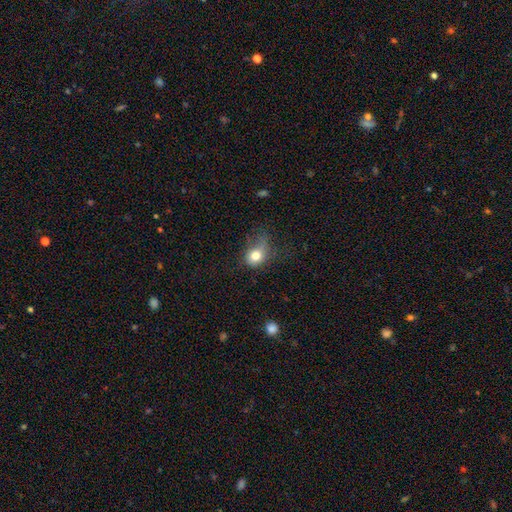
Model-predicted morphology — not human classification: smooth_or_featured: smooth (p=0.77) [alt: featured or disk p=0.12]
how_rounded: round (p=0.50) [alt: in between p=0.48]
merging: none (p=0.36) [alt: minor disturbance p=0.34]